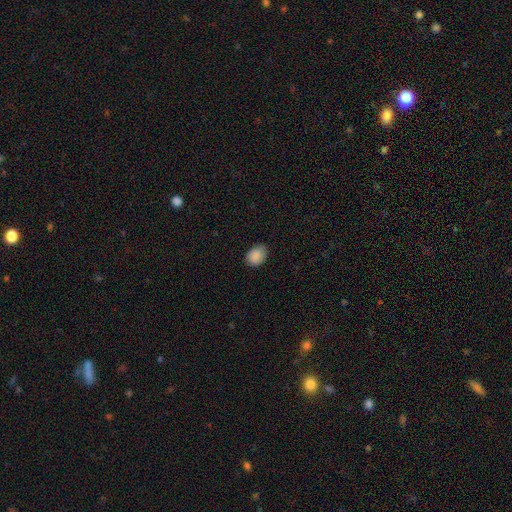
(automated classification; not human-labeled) This is clearly a smooth galaxy (88%). How rounded: likely in between (63%). Merging: likely none (77%).